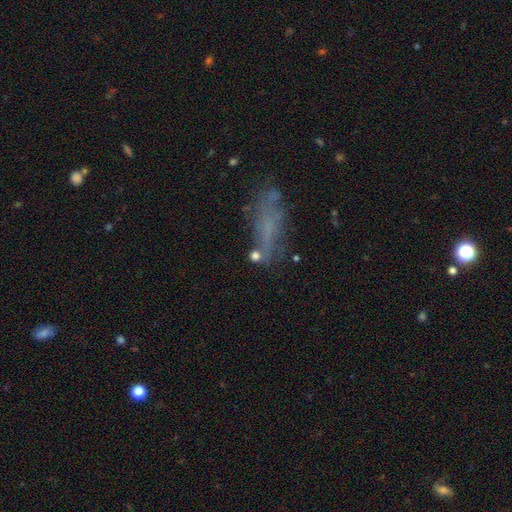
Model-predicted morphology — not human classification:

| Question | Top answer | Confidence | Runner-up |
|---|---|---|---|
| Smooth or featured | smooth | 63% | star or artifact (20%) |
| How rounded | round | 39% | in between (35%) |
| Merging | none | 59% | minor disturbance (17%) |